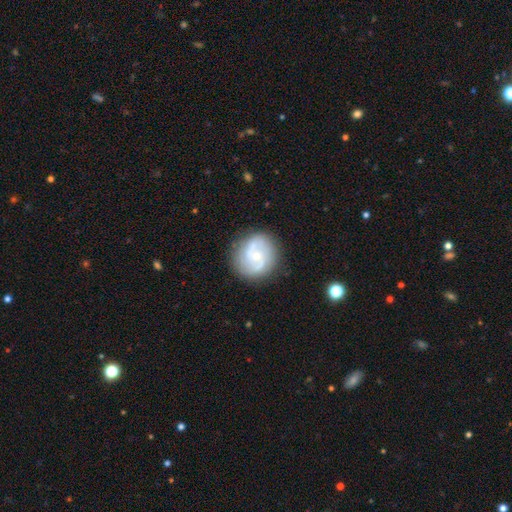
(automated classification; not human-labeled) smooth-or-featured: featured or disk: 75% | smooth: 19% | star or artifact: 6%
  disk-edge-on: no: 98% | yes: 2%
    bar: no: 58% | weak: 34% | strong: 8%
    has-spiral-arms: yes: 89% | no: 11%
      spiral-winding: medium: 47% | tight: 27% | loose: 26%
      spiral-arm-count: 2: 78% | can't tell: 10% | 3: 6% | 1: 3% | 4: 2% | more than 4: 2%
    bulge-size: small: 64% | moderate: 32% | none: 1% | large: 1% | dominant: 1%
  merging: none: 81% | minor disturbance: 12% | major disturbance: 5% | merger: 2%